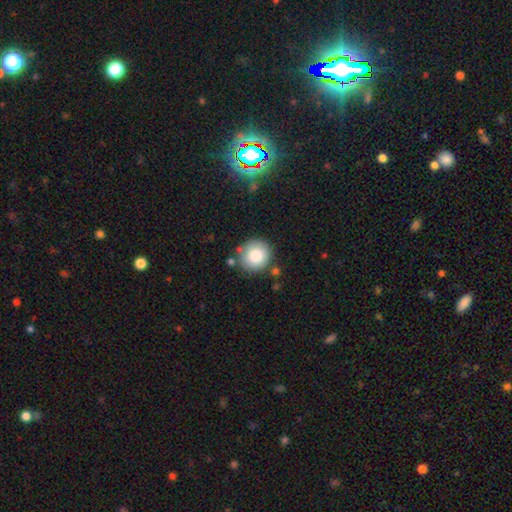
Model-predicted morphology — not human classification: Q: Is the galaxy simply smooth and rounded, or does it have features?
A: smooth — 84%.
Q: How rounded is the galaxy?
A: round — 92%.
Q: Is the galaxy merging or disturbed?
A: none — 79%.